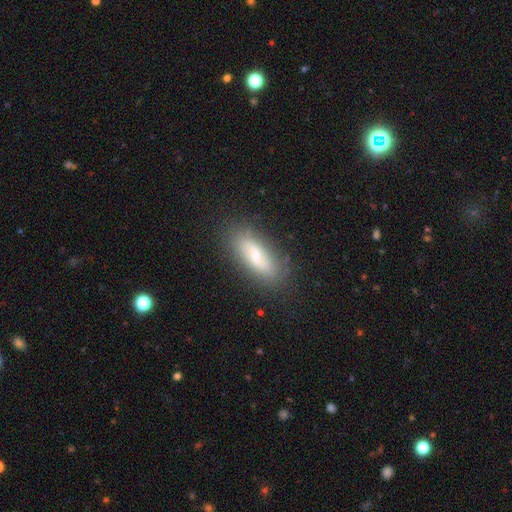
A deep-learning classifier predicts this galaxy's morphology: type=smooth (52%); roundness=in between (62%); merging=none (80%).